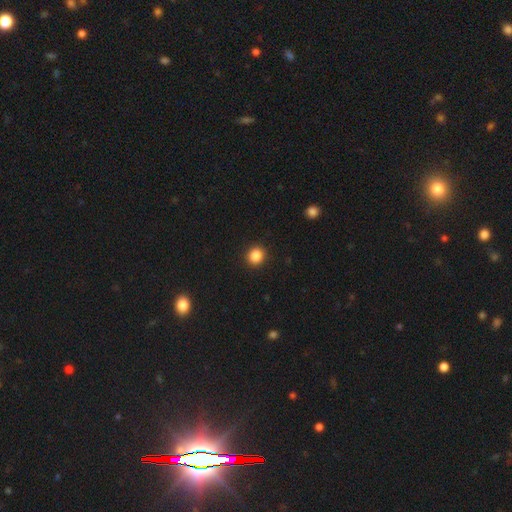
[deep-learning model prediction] Overall: smooth (86%). How rounded: round (87%). Merging: none (92%).